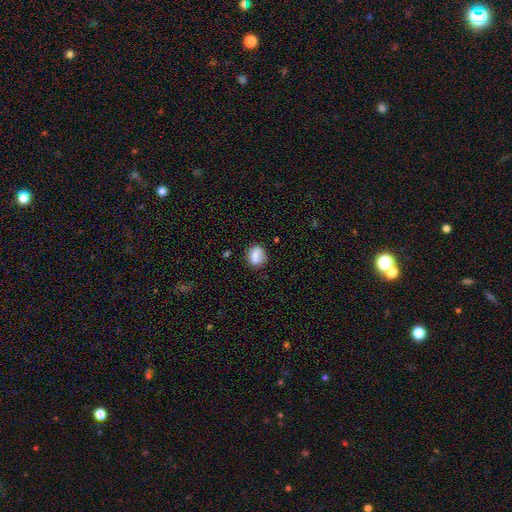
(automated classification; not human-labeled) The model was most divided on "how rounded": round: 59%, in between: 39%, cigar-shaped: 2%. More confident: smooth or featured — smooth (79%); merging — none (68%).